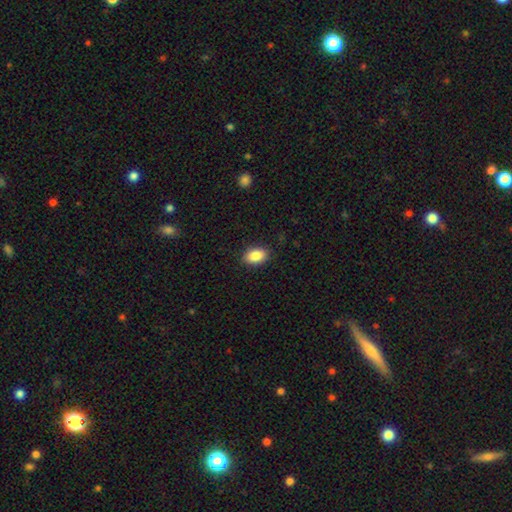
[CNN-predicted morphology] type=smooth (88%); roundness=in between (87%); merging=none (88%).